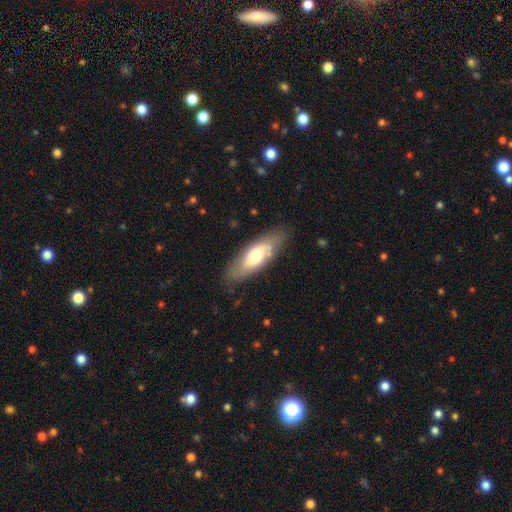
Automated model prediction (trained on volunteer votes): Smooth or featured: smooth — 58% (featured or disk — 36%)
How rounded: in between — 71% (cigar-shaped — 27%)
Merging: none — 78% (minor disturbance — 16%)